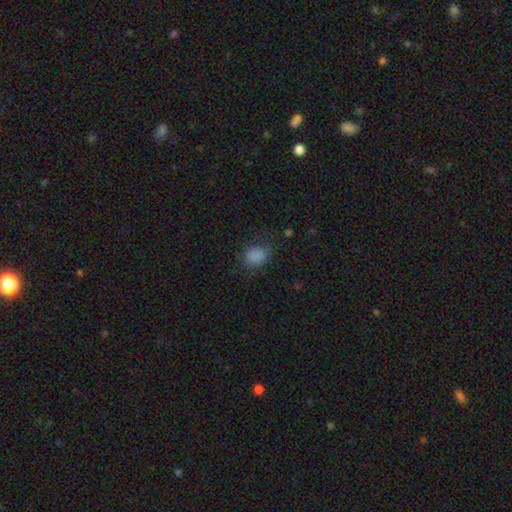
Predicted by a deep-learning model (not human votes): This is clearly a smooth galaxy (82%). How rounded: possibly in between (56%). Merging: likely none (64%).